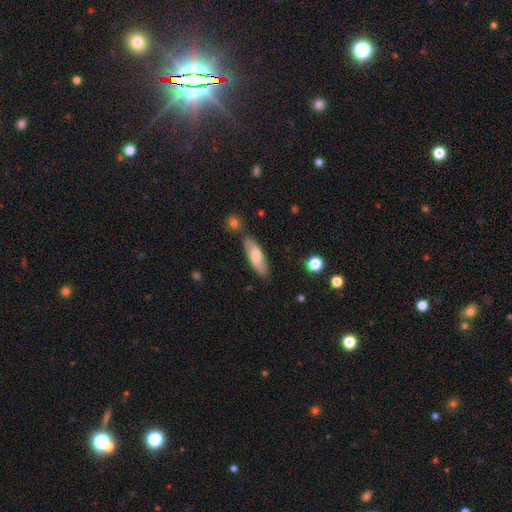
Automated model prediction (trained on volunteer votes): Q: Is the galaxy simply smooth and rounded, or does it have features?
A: smooth — 65%.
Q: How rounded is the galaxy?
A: in between — 57%.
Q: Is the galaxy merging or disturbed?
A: none — 79%.